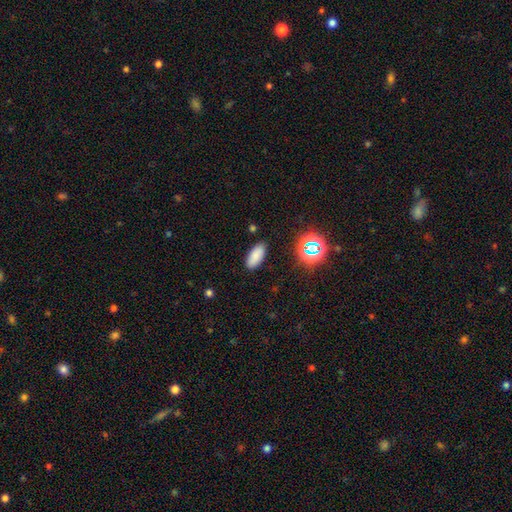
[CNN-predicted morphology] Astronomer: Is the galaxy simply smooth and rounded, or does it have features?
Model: smooth — 82%.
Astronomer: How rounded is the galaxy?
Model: in between — 85%.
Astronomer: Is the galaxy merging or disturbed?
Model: none — 87%.